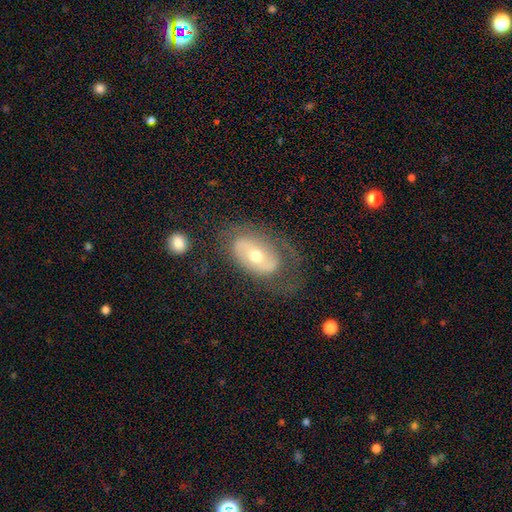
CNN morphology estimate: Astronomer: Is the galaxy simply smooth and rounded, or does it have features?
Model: featured or disk — 63%.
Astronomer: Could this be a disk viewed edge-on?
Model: no — 93%.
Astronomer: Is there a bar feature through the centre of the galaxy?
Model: no — 57%.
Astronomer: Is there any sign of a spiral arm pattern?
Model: yes — 63%.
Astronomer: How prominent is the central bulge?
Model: moderate — 63%.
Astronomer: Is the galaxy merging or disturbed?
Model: none — 54%.